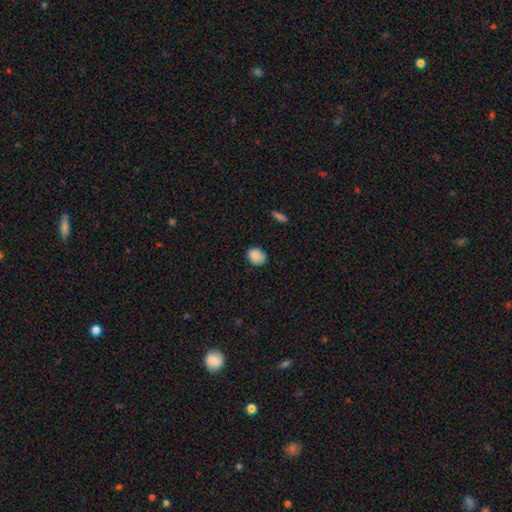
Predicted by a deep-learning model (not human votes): This appears to be a smooth galaxy with no disk features (87%) that is in between round and cigar-shaped (55%). Merging: none (82%).